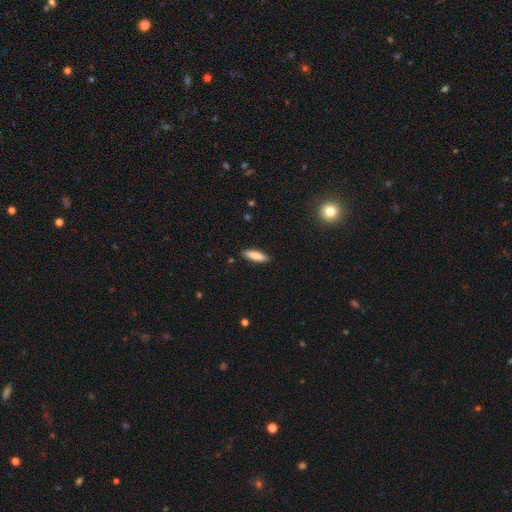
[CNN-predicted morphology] A smooth galaxy with no disk features (84%) that is cigar-shaped (62%). Merging: none (88%).